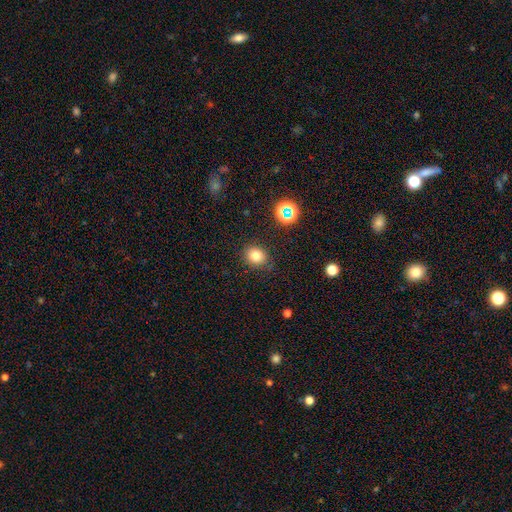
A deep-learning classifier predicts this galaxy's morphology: A smooth galaxy with no disk features (78%) that is round (66%). Merging: none (84%).